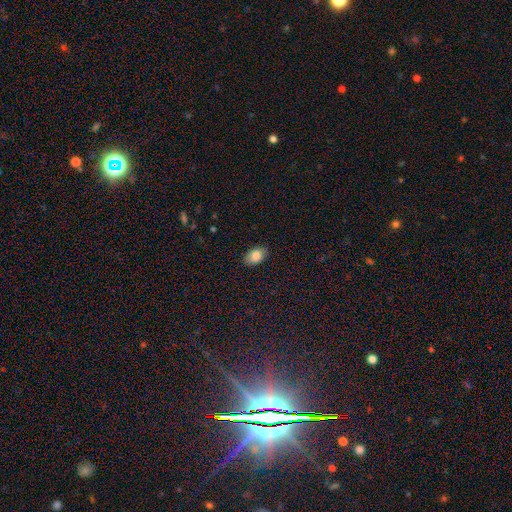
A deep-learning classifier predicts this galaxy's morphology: Smooth or featured? smooth (85%)
How rounded? in between (90%)
Merging? none (82%)